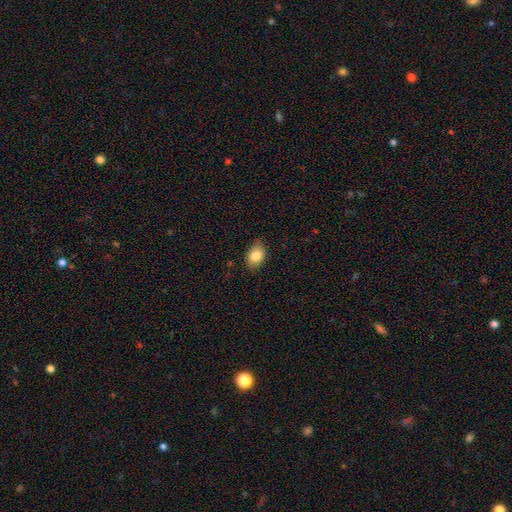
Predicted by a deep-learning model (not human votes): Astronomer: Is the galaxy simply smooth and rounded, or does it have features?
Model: smooth — 85%.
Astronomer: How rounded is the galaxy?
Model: in between — 78%.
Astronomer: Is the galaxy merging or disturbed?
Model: none — 81%.